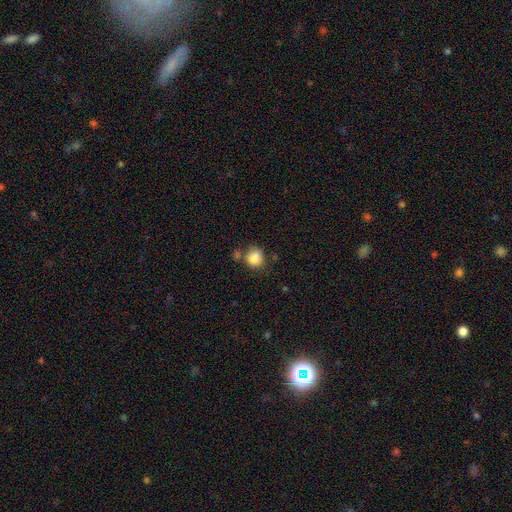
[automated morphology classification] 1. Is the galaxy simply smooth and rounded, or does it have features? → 85% smooth, 9% star or artifact, 6% featured or disk.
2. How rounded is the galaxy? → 68% round, 31% in between, 1% cigar-shaped.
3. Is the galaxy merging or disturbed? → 58% none, 19% minor disturbance, 17% merger, 7% major disturbance.